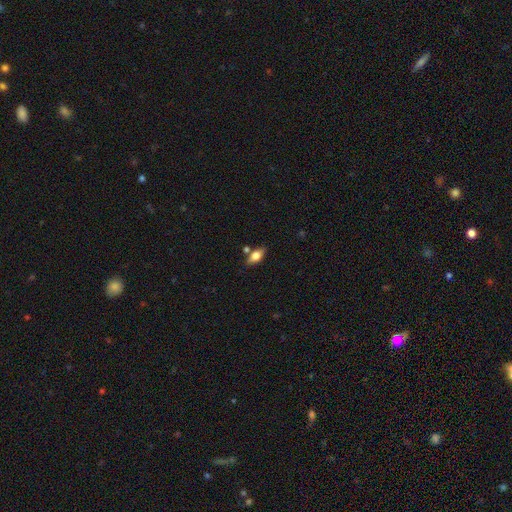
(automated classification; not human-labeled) Morphology: type=smooth (64%); roundness=in between (81%); merging=none (74%).